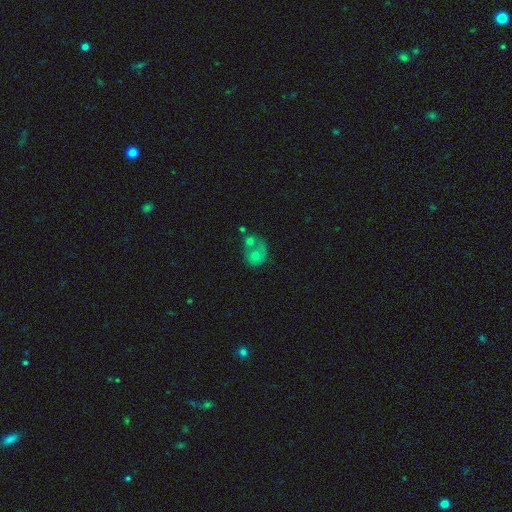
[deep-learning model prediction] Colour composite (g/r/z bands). It shows a smooth galaxy with no disk features (55%) that is round (68%). Merging: merger (51%).